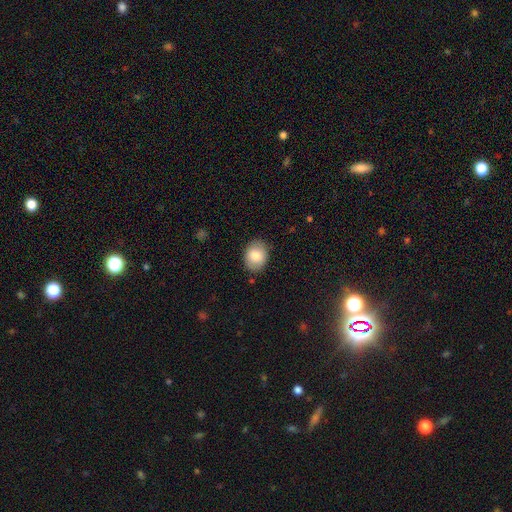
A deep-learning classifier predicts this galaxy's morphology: A smooth galaxy with no disk features (82%) that is in between round and cigar-shaped (67%). Merging: none (85%).